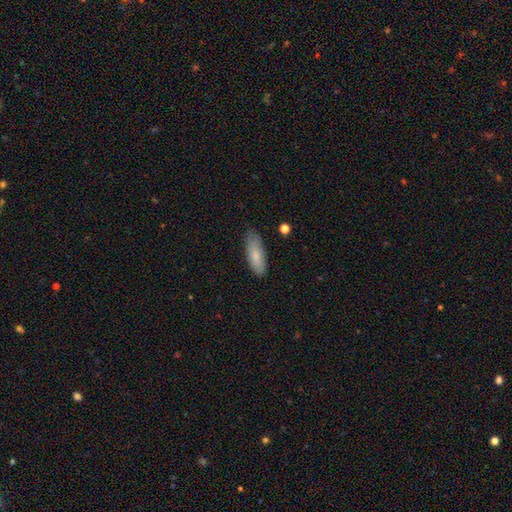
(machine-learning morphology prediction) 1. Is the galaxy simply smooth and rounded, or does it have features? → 80% smooth, 14% featured or disk, 6% star or artifact.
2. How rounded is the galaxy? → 65% in between, 34% cigar-shaped, 2% round.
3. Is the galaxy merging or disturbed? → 76% none, 19% minor disturbance, 3% major disturbance, 1% merger.